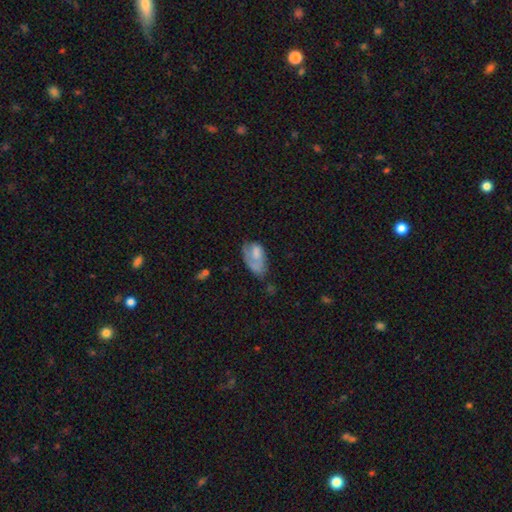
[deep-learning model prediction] This appears to be a smooth galaxy with no disk features (61%) that is in between round and cigar-shaped (92%). Merging: none (32%).